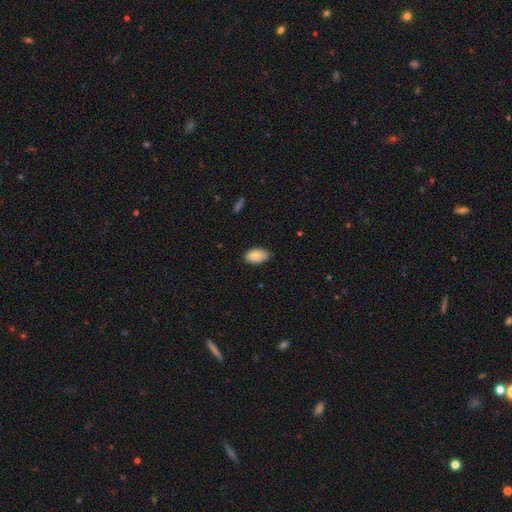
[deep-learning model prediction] Smooth or featured: smooth — 86% (featured or disk — 7%)
How rounded: in between — 93% (round — 5%)
Merging: none — 75% (minor disturbance — 21%)